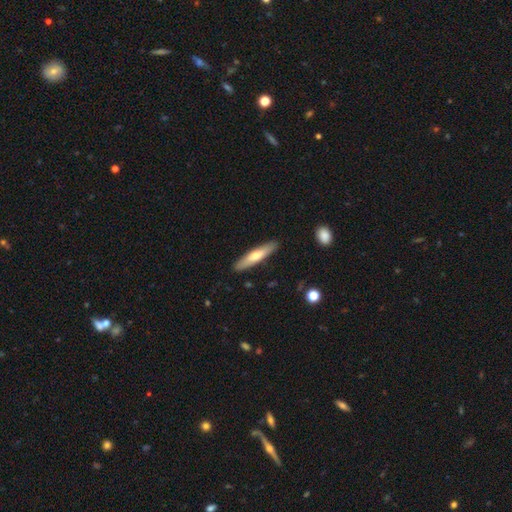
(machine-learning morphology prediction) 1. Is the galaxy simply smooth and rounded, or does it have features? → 53% smooth, 42% featured or disk, 5% star or artifact.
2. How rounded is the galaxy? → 83% cigar-shaped, 16% in between, 2% round.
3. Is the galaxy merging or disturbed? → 89% none, 8% minor disturbance, 2% major disturbance, 1% merger.